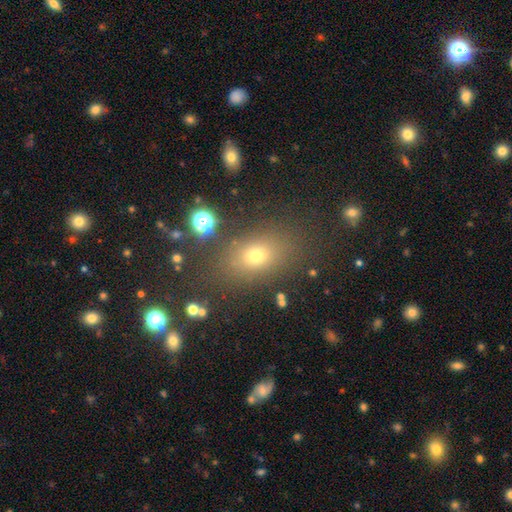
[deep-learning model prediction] smooth 69%, star or artifact 19%, featured or disk 12%. Down the decision tree: how rounded — in between (73%); merging — none (81%).